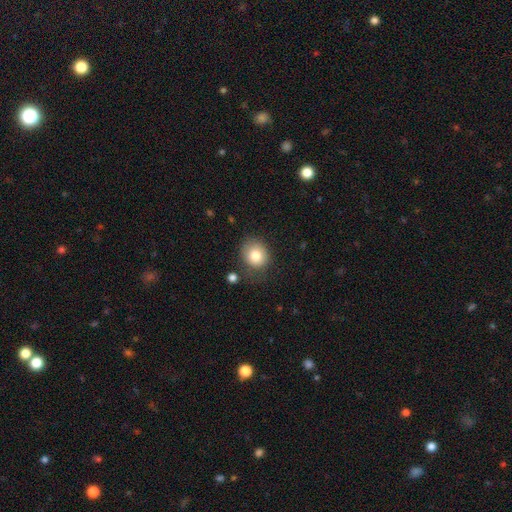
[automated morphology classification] A smooth galaxy with no disk features (80%) that is round (70%).

Vote fractions:
- Smooth or featured? smooth: 80% / featured or disk: 10% / star or artifact: 10%
- How rounded? round: 70% / in between: 29% / cigar-shaped: 1%
- Merging? none: 69% / minor disturbance: 20% / major disturbance: 7% / merger: 4%